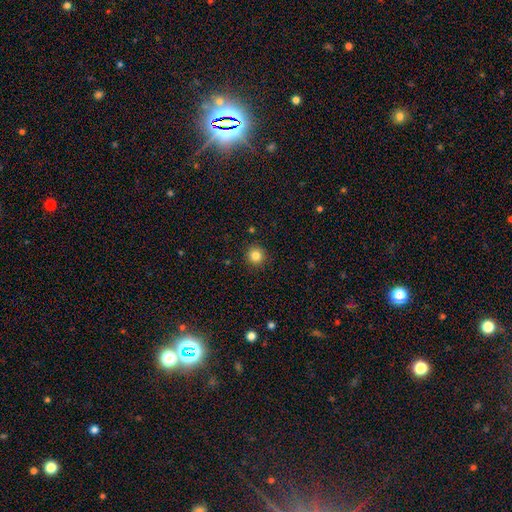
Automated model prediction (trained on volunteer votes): Smooth or featured? Predicted: smooth (p=0.84). How rounded? Predicted: round (p=0.95). Merging? Predicted: none (p=0.92).